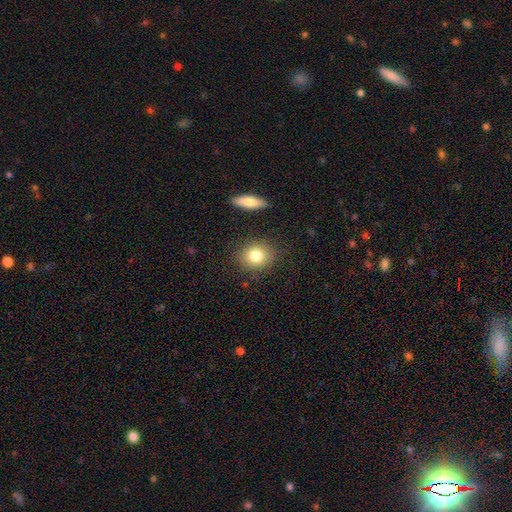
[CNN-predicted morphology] A smooth galaxy with no disk features (81%) that is round (68%). Merging: none (84%).